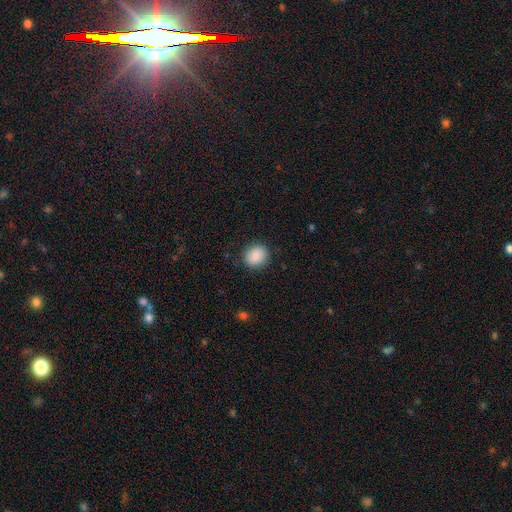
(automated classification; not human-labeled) This appears to be a smooth galaxy with no disk features (89%) that is round (80%). Merging: none (87%).